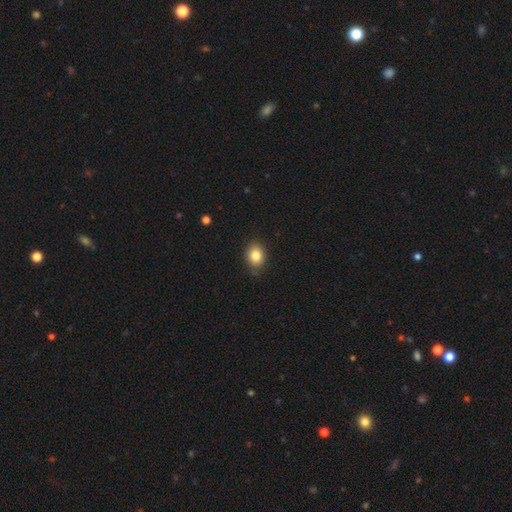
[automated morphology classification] Smooth or featured? Predicted: smooth (p=0.83). How rounded? Predicted: round (p=0.50). Merging? Predicted: none (p=0.80).